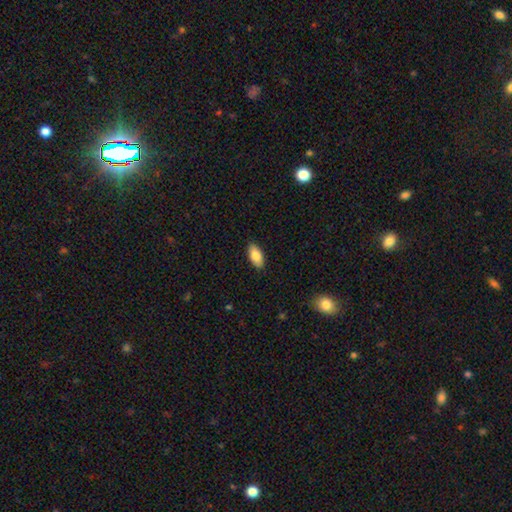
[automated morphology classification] Overall: smooth (84%). How rounded: in between (89%). Merging: none (89%).